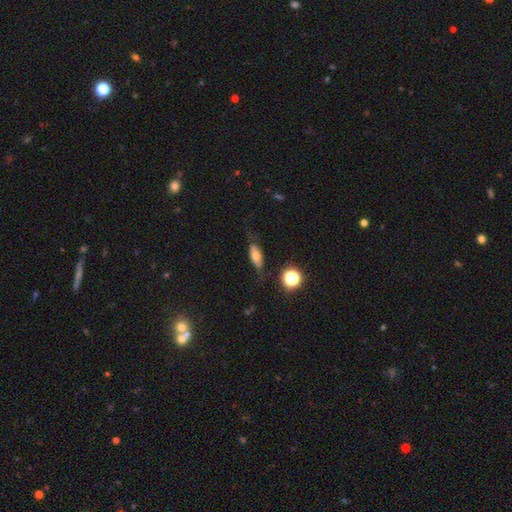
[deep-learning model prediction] Morphology: type=smooth (60%); roundness=in between (68%); merging=none (67%).